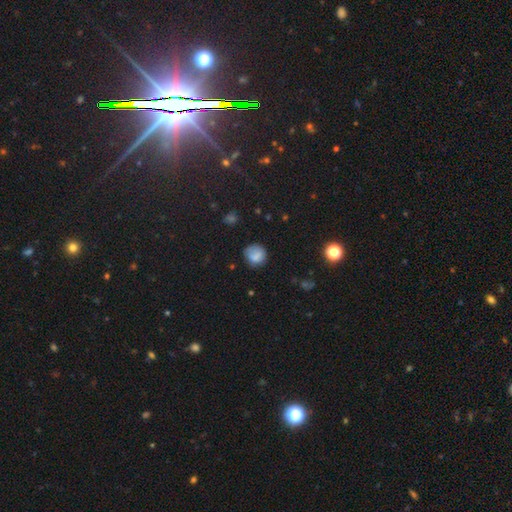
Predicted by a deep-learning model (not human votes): smooth-or-featured: smooth: 79% | star or artifact: 11% | featured or disk: 10%
  how-rounded: round: 82% | in between: 17% | cigar-shaped: 1%
  merging: none: 65% | minor disturbance: 25% | major disturbance: 8% | merger: 2%